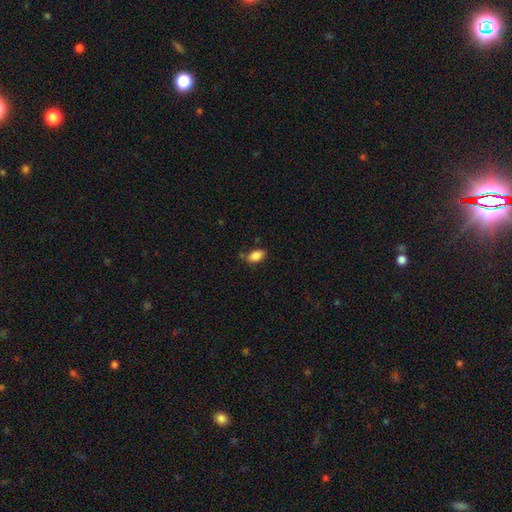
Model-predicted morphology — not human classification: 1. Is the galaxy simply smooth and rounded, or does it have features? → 87% smooth, 8% star or artifact, 5% featured or disk.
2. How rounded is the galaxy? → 92% in between, 6% round, 2% cigar-shaped.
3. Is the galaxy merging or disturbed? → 74% none, 18% minor disturbance, 5% merger, 4% major disturbance.